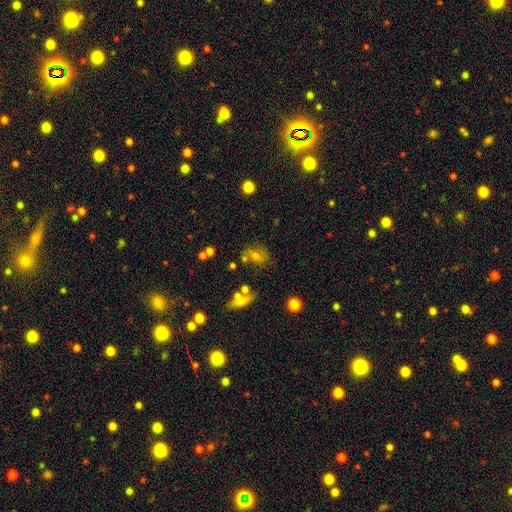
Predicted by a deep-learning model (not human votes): The model was most divided on "how rounded": in between: 57%, round: 39%, cigar-shaped: 4%. More confident: merging — none (64%); smooth or featured — smooth (51%).